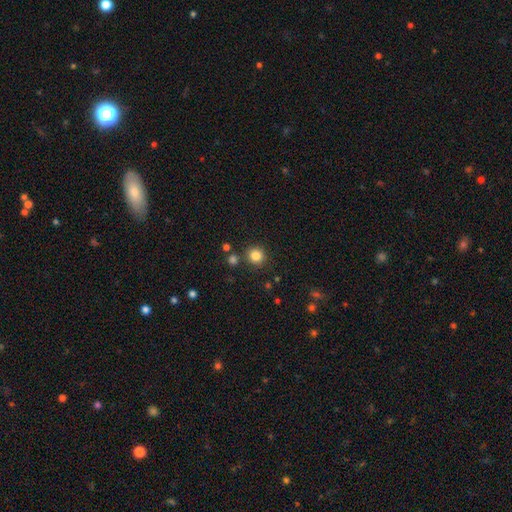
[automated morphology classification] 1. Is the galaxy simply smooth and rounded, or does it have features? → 84% smooth, 11% star or artifact, 4% featured or disk.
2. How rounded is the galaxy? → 91% round, 8% in between, 1% cigar-shaped.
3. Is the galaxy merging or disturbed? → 85% none, 7% minor disturbance, 5% merger, 3% major disturbance.